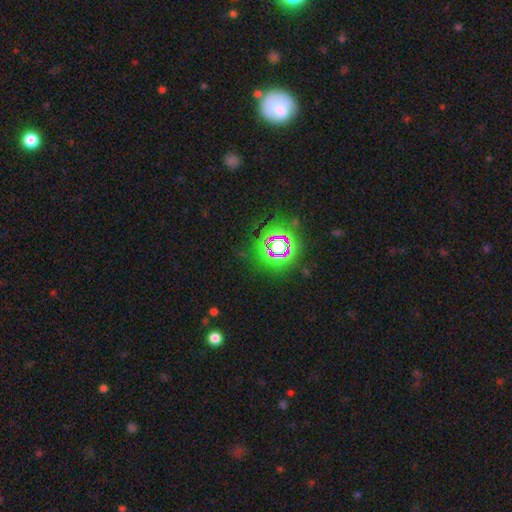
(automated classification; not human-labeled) A star or artifact, not a galaxy (78%).

Vote fractions:
- Smooth or featured? star or artifact: 78% / smooth: 13% / featured or disk: 9%